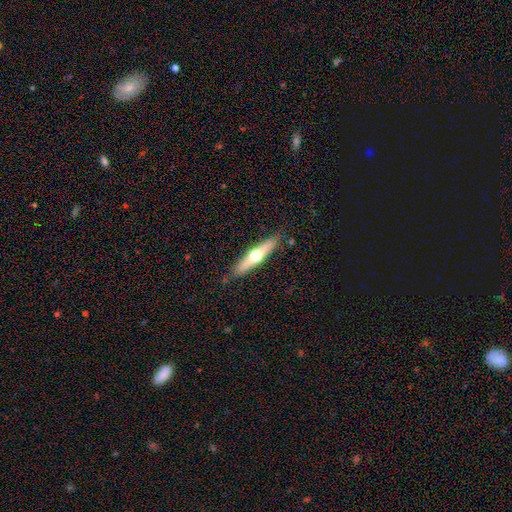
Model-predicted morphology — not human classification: This appears to be a featured or disk galaxy (56%) viewed edge-on (93%) with a rounded central bulge (94%). Merging: none (87%).